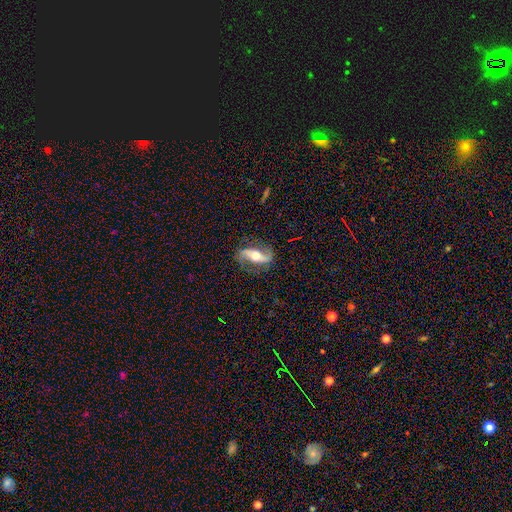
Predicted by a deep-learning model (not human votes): This appears to be a featured or disk galaxy (87%) with a strong bar (42%), 2 (93%) loose (55%) spiral arms (95%) and a moderate central bulge (68%). Merging: none (80%).